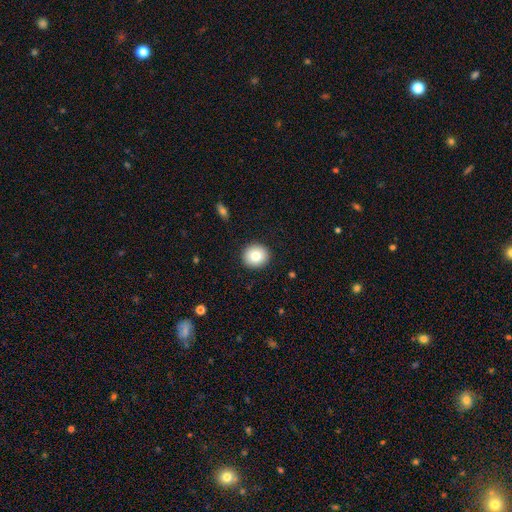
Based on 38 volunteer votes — smooth_or_featured: smooth (p=0.87) [alt: featured or disk p=0.11]
how_rounded: round (p=0.94) [alt: in between p=0.06]
merging: none (p=0.97) [alt: minor disturbance p=0.03]